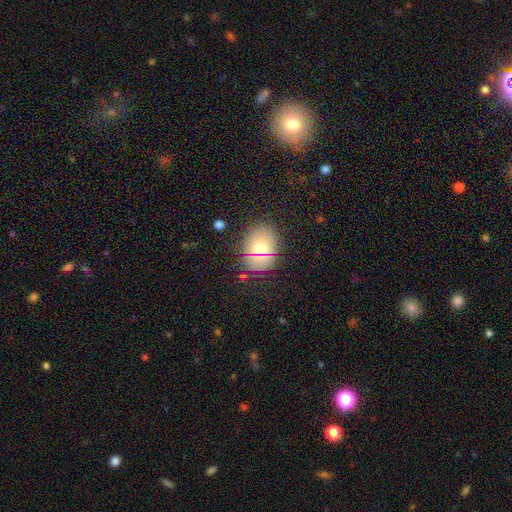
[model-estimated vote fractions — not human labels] Smooth or featured? Predicted: smooth (p=0.68). How rounded? Predicted: in between (p=0.62). Merging? Predicted: none (p=0.83).